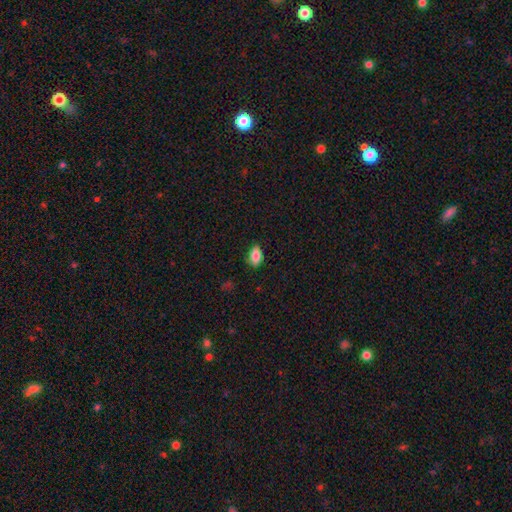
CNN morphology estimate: This appears to be a smooth galaxy with no disk features (86%) that is in between round and cigar-shaped (90%). Merging: none (80%).